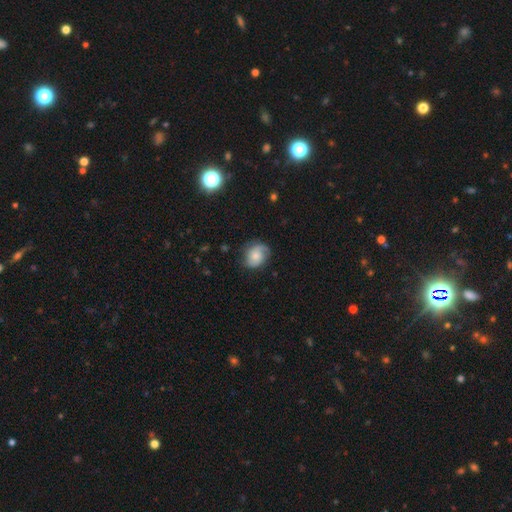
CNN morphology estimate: Overall: featured or disk (51%; smooth 41%). Edge-on disk: no (97%). Merging: none (68%).